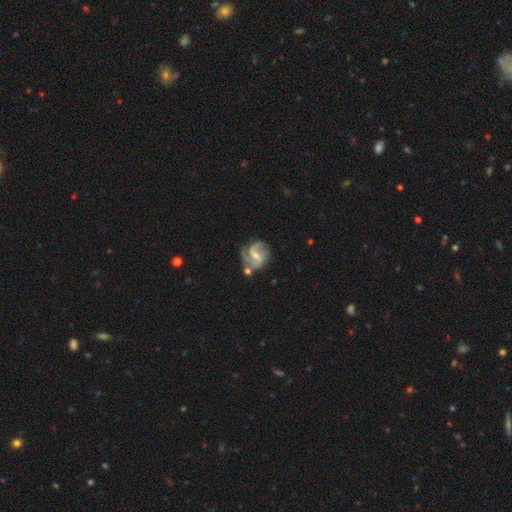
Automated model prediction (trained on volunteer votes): Q: Smooth or featured?
A: featured or disk (89%); runner-up: smooth (6%)
Q: Edge-on disk?
A: no (98%); runner-up: yes (2%)
Q: Bar?
A: weak (51%); runner-up: strong (31%)
Q: Spiral arms?
A: yes (97%); runner-up: no (3%)
Q: Spiral winding?
A: medium (55%); runner-up: tight (22%)
Q: Spiral arm count?
A: 2 (75%); runner-up: 3 (13%)
Q: Bulge size?
A: small (60%); runner-up: moderate (31%)
Q: Merging?
A: none (61%); runner-up: minor disturbance (19%)